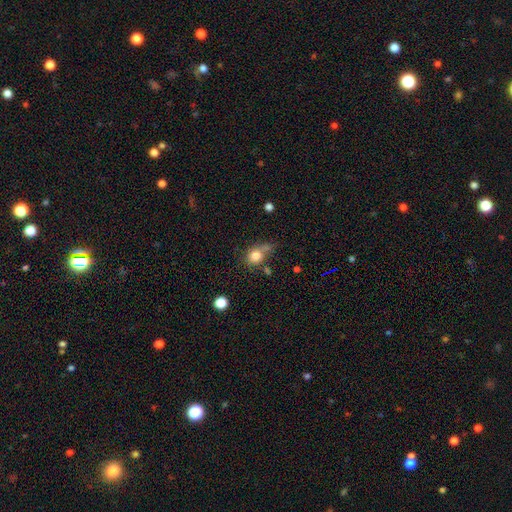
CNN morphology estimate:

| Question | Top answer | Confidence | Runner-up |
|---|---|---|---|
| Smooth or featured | smooth | 78% | star or artifact (11%) |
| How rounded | round | 68% | in between (30%) |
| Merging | none | 47% | minor disturbance (24%) |